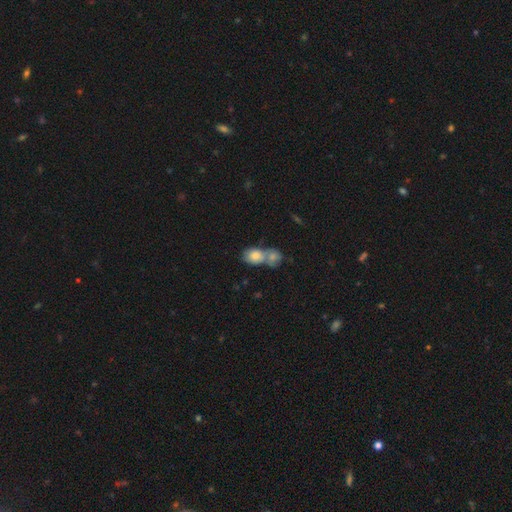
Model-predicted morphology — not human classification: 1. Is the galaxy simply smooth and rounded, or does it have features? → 79% smooth, 14% featured or disk, 7% star or artifact.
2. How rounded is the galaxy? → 66% in between, 33% round, 2% cigar-shaped.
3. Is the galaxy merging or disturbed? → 66% merger, 23% none, 8% minor disturbance, 4% major disturbance.